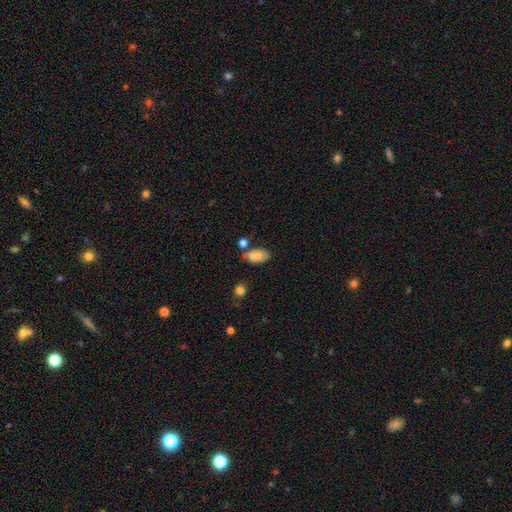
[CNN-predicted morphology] smooth_or_featured: smooth (p=0.76) [alt: featured or disk p=0.15]
how_rounded: in between (p=0.92) [alt: round p=0.05]
merging: none (p=0.57) [alt: minor disturbance p=0.21]